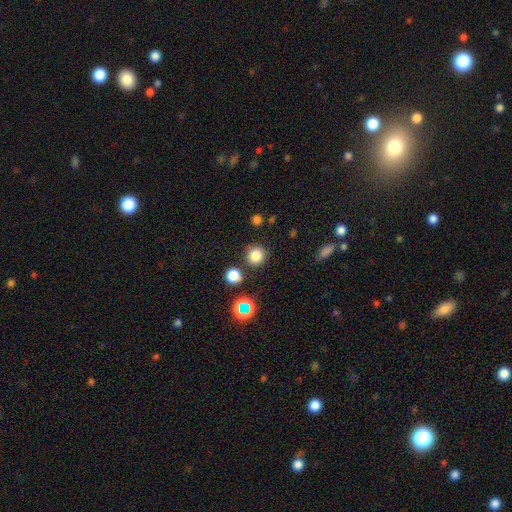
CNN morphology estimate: Smooth or featured: smooth — 80% (star or artifact — 15%)
How rounded: round — 91% (in between — 8%)
Merging: none — 83% (minor disturbance — 9%)